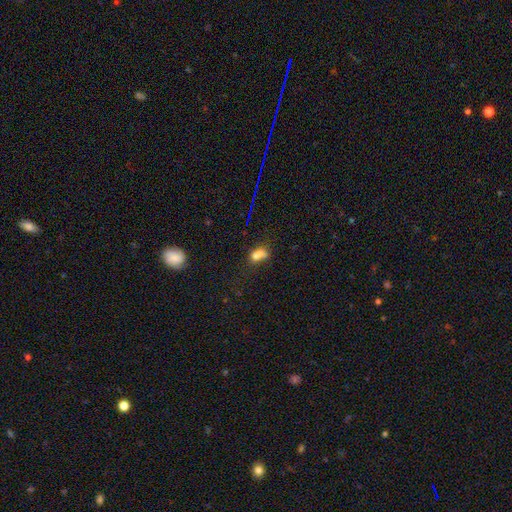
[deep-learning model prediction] The model was most divided on "merging": merger: 49%, none: 25%, minor disturbance: 14%, major disturbance: 12%. More confident: smooth or featured — smooth (66%); how rounded — in between (63%).